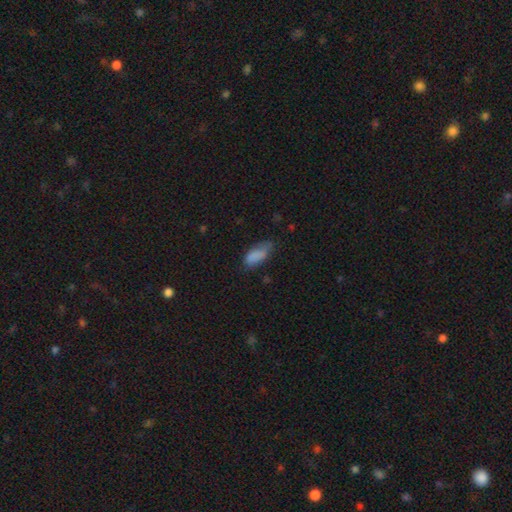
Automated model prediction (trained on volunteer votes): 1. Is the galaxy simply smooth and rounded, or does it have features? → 82% smooth, 9% featured or disk, 9% star or artifact.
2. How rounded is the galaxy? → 85% in between, 12% cigar-shaped, 3% round.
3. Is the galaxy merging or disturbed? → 47% none, 37% minor disturbance, 14% major disturbance, 3% merger.